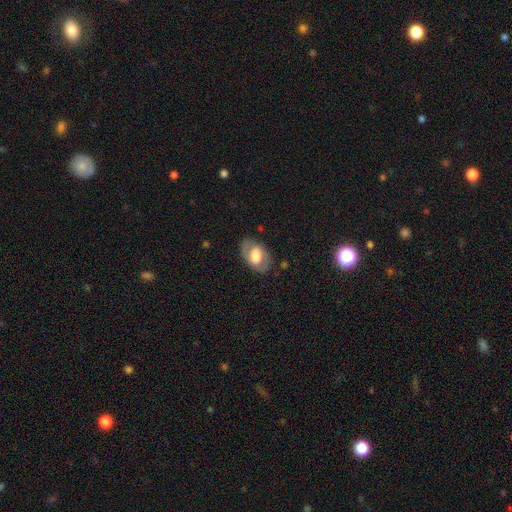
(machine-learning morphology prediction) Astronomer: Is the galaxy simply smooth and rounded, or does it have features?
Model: featured or disk — 49% (runner-up: smooth, 44%).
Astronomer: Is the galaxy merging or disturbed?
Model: none — 76%.